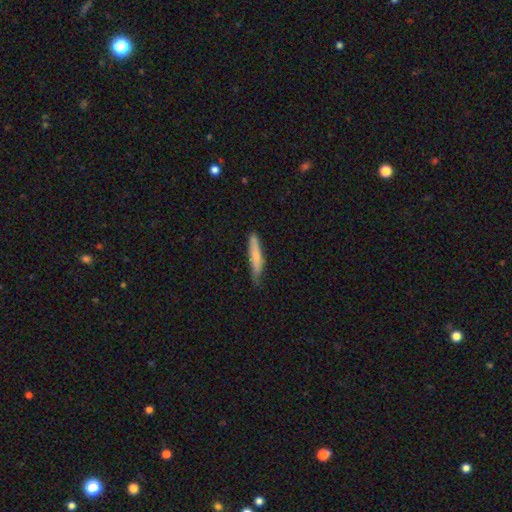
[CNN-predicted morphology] Smooth or featured? Predicted: smooth (p=0.72). How rounded? Predicted: cigar-shaped (p=0.91). Merging? Predicted: none (p=0.72).